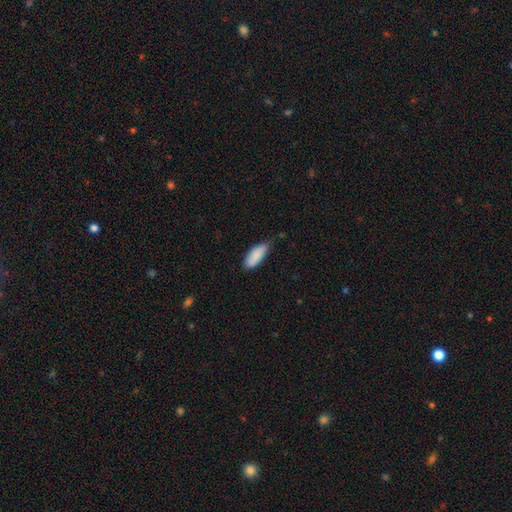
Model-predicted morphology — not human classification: type=smooth (88%); roundness=in between (74%); merging=none (69%).